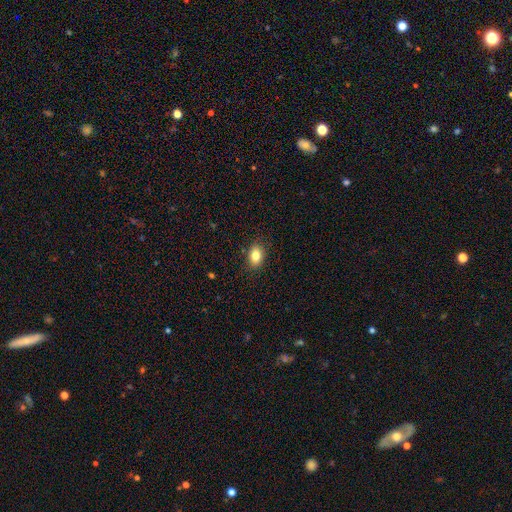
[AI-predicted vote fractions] Smooth or featured? Predicted: smooth (p=0.83). How rounded? Predicted: in between (p=0.81). Merging? Predicted: none (p=0.87).